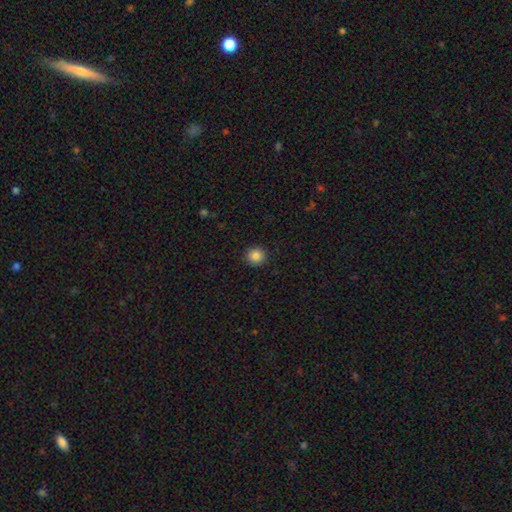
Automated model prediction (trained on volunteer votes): This appears to be a smooth galaxy with no disk features (85%) that is round (92%). Merging: none (92%).